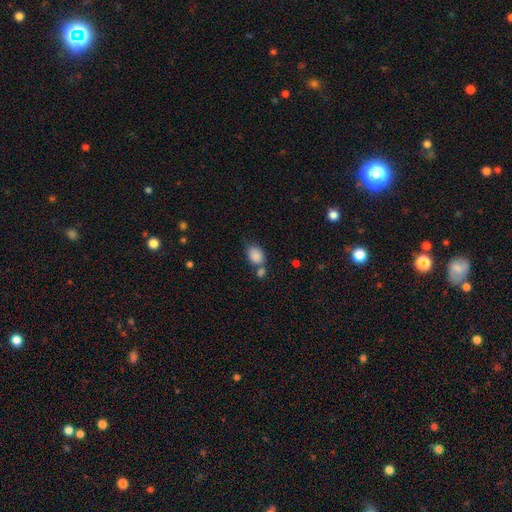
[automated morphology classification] Smooth or featured? smooth (86%)
How rounded? in between (76%)
Merging? none (49%)